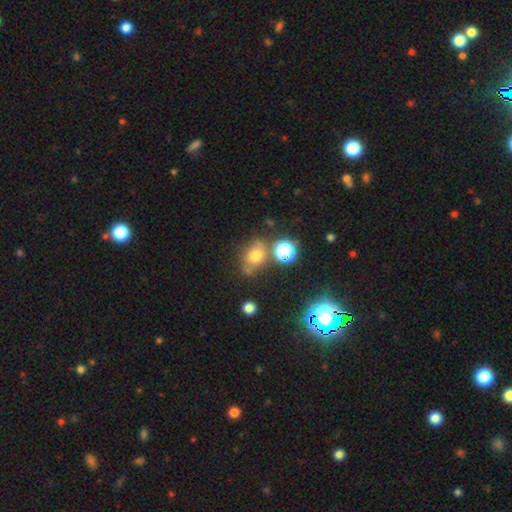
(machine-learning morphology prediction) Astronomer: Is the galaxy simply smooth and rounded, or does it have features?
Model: smooth — 63%.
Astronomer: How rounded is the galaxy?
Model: round — 58% (runner-up: in between, 40%).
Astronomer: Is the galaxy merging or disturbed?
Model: none — 61%.